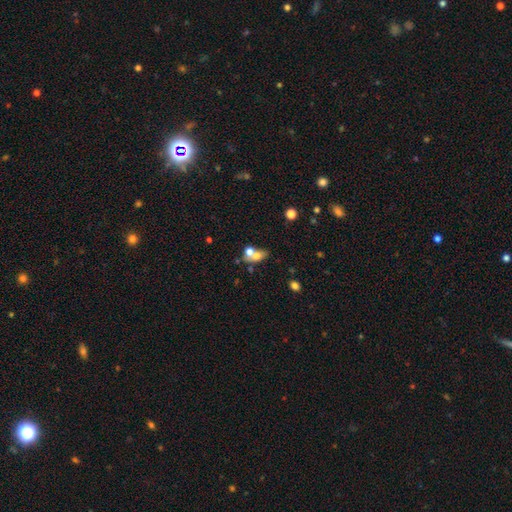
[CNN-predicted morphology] A smooth galaxy with no disk features (64%) that is in between round and cigar-shaped (64%).

Vote fractions:
- Smooth or featured? smooth: 64% / featured or disk: 25% / star or artifact: 11%
- How rounded? in between: 64% / round: 31% / cigar-shaped: 5%
- Merging? merger: 55% / none: 29% / minor disturbance: 10% / major disturbance: 7%